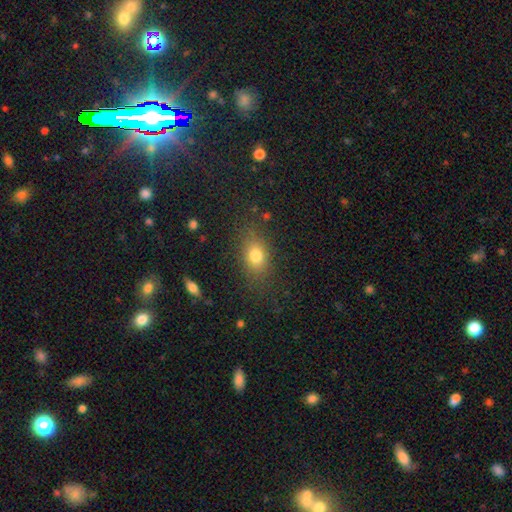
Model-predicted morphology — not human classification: smooth 78%, star or artifact 12%, featured or disk 11%. Down the decision tree: how rounded — in between (71%); merging — none (80%).